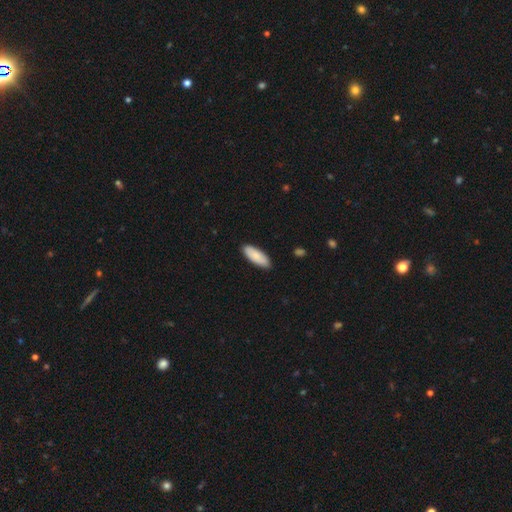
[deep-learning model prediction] Smooth or featured? smooth (84%)
How rounded? in between (74%)
Merging? none (87%)